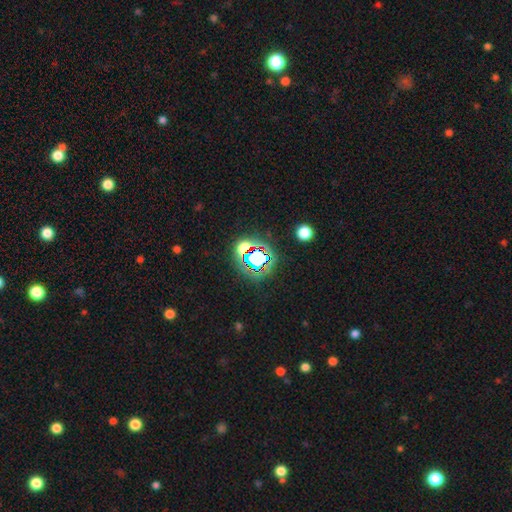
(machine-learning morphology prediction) Smooth or featured? Predicted: star or artifact (p=0.68).